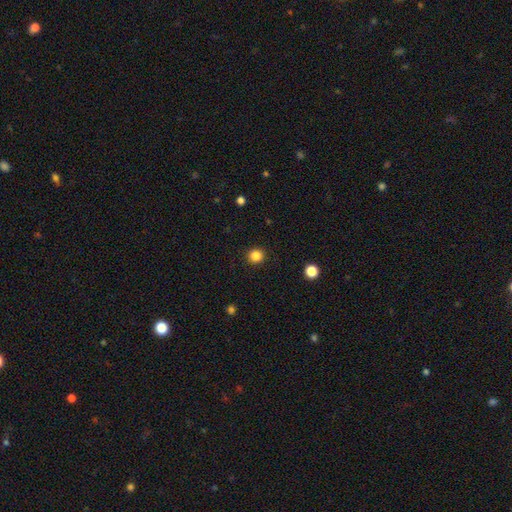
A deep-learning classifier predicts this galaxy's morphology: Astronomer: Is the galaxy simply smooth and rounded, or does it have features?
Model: smooth — 85%.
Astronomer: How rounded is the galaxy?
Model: round — 93%.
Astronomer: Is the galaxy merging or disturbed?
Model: none — 92%.